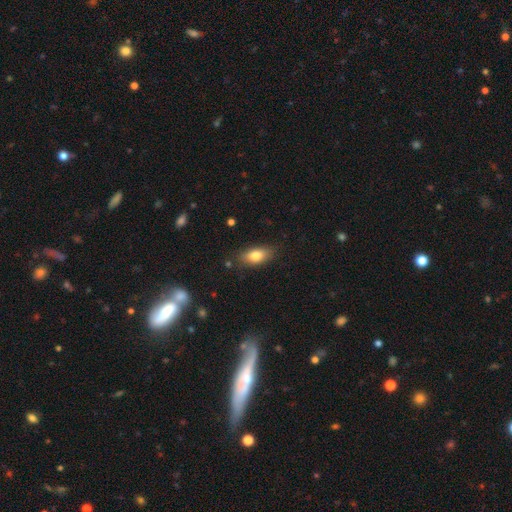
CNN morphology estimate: Smooth or featured: smooth — 79% (featured or disk — 13%)
How rounded: in between — 85% (cigar-shaped — 10%)
Merging: none — 82% (minor disturbance — 14%)